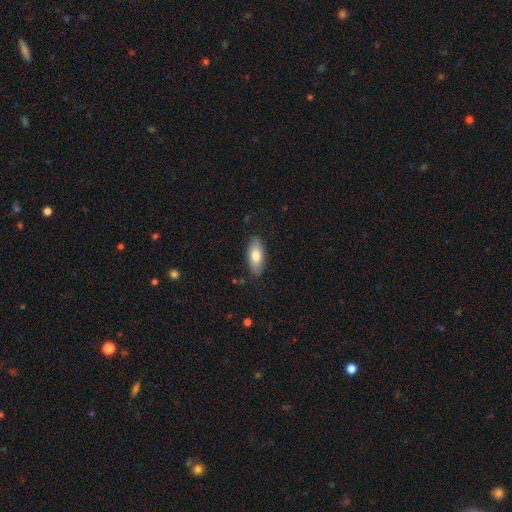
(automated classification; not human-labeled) Overall: smooth (78%). How rounded: in between (86%). Merging: none (84%).